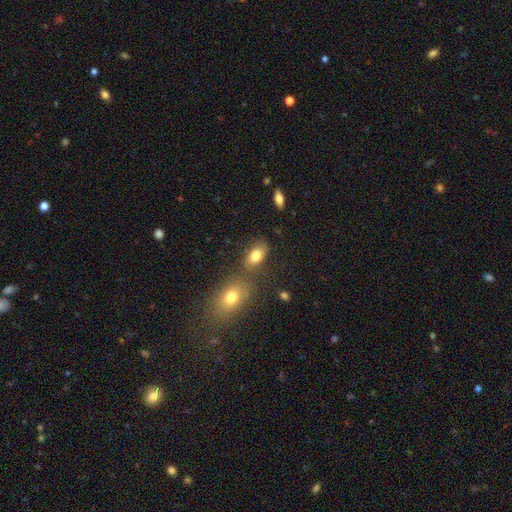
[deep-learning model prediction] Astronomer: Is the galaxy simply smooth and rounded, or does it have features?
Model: smooth — 81%.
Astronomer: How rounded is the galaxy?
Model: in between — 89%.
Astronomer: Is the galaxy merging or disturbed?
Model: none — 66%.